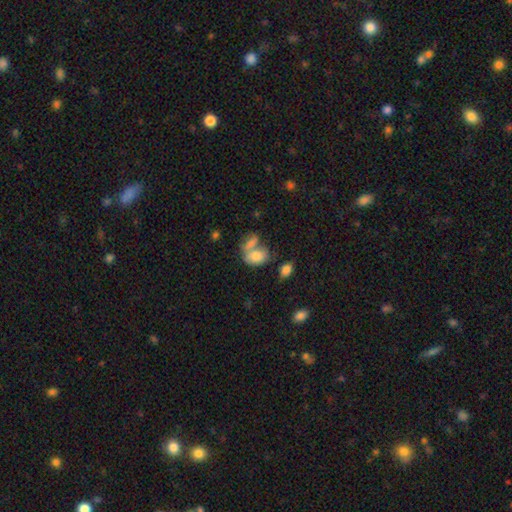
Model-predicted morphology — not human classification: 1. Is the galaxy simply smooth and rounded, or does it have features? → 77% smooth, 14% featured or disk, 8% star or artifact.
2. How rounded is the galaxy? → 82% in between, 16% round, 2% cigar-shaped.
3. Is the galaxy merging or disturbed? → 52% merger, 28% none, 13% minor disturbance, 8% major disturbance.